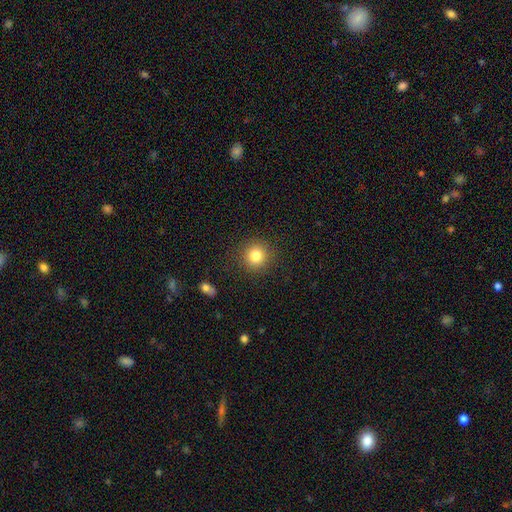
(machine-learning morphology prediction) A smooth galaxy with no disk features (81%) that is round (93%). Merging: none (89%).